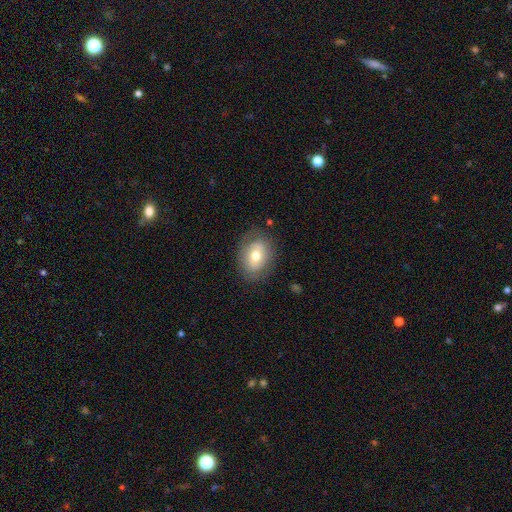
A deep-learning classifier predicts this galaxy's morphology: Q: Smooth or featured?
A: smooth (62%); runner-up: featured or disk (29%)
Q: How rounded?
A: in between (67%); runner-up: round (32%)
Q: Merging?
A: none (77%); runner-up: minor disturbance (16%)